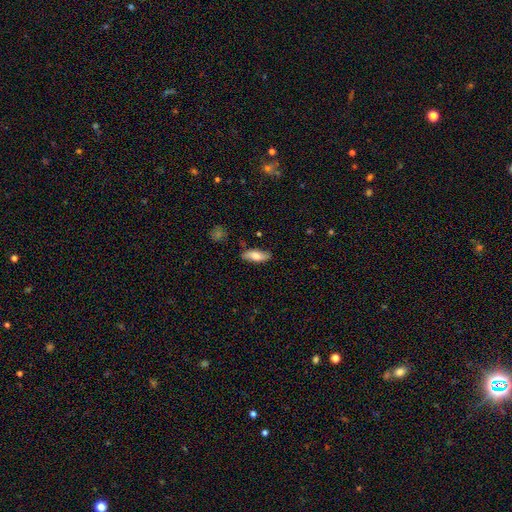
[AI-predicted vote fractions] smooth 75%, featured or disk 19%, star or artifact 6%. Down the decision tree: how rounded — in between (70%); merging — none (81%).